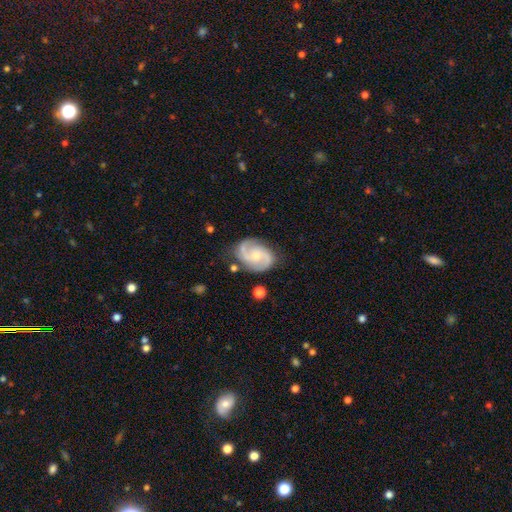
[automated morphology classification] Smooth or featured? featured or disk (87%)
Edge-on disk? no (98%)
Bar? no (61%)
Spiral arms? yes (97%)
Spiral winding? medium (55%)
Spiral arm count? 2 (86%)
Bulge size? small (59%)
Merging? none (74%)